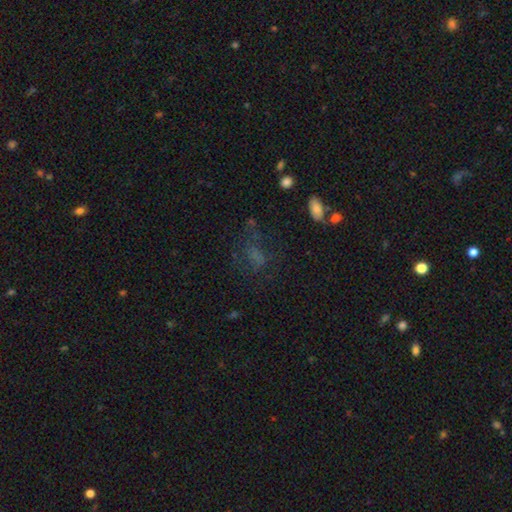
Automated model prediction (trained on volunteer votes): Smooth or featured: smooth — 48% (star or artifact — 27%)
Merging: none — 48% (major disturbance — 28%)